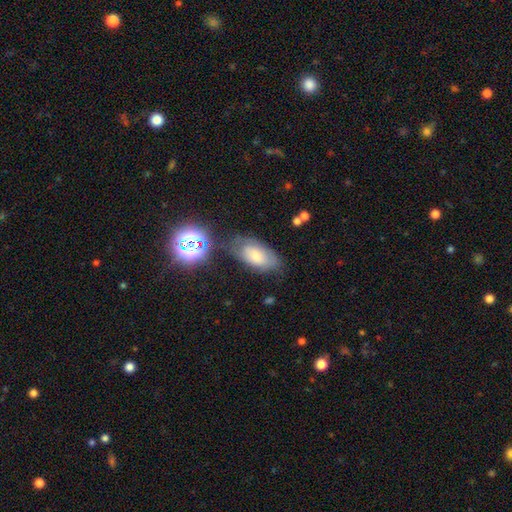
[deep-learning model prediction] smooth-or-featured: smooth: 50% | featured or disk: 28% | star or artifact: 22%
  merging: none: 67% | minor disturbance: 21% | major disturbance: 7% | merger: 5%